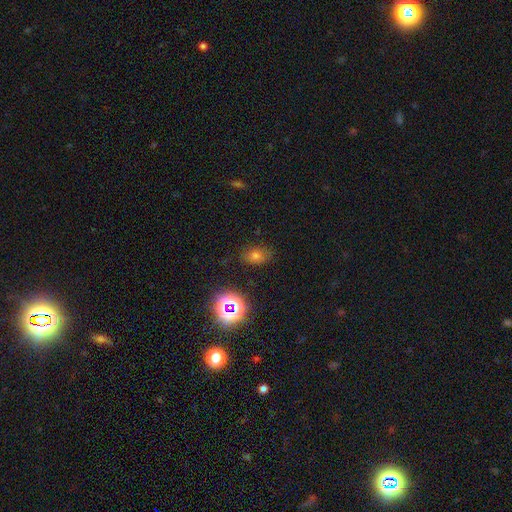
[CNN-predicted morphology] Smooth or featured: smooth — 64% (star or artifact — 25%)
How rounded: in between — 71% (round — 28%)
Merging: none — 79% (minor disturbance — 14%)